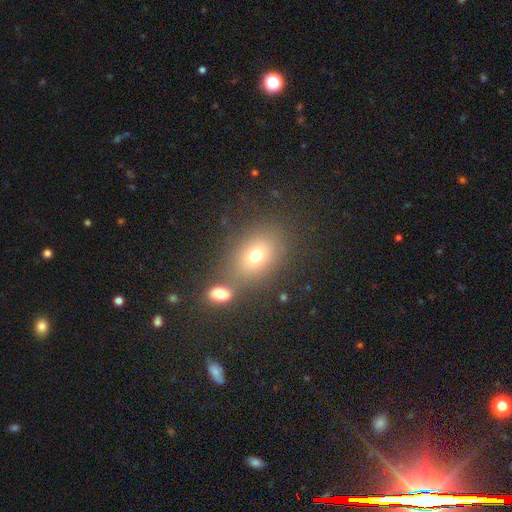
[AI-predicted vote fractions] Smooth or featured? smooth (72%)
How rounded? in between (62%)
Merging? none (64%)